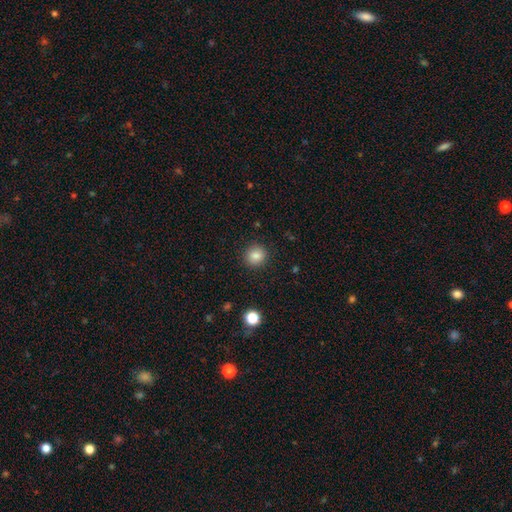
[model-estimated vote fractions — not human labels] Smooth or featured?
  - smooth: 85% *
  - star or artifact: 10%
  - featured or disk: 5%
How rounded?
  - round: 88% *
  - in between: 11%
  - cigar-shaped: 1%
Merging?
  - none: 90% *
  - minor disturbance: 7%
  - major disturbance: 2%
  - merger: 1%